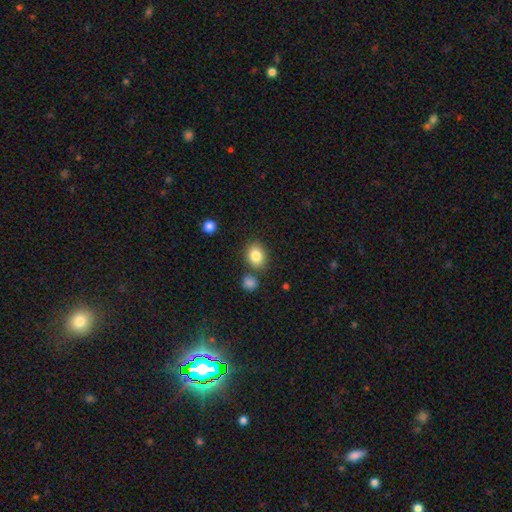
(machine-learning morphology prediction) Smooth or featured? Predicted: smooth (p=0.84). How rounded? Predicted: in between (p=0.50). Merging? Predicted: none (p=0.76).